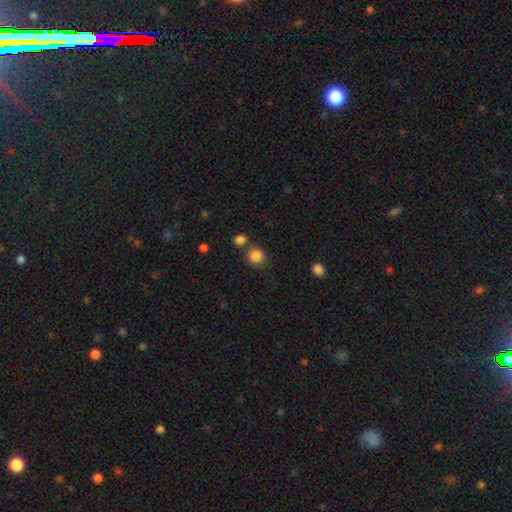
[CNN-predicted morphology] A smooth galaxy with no disk features (85%) that is round (88%).

Vote fractions:
- Smooth or featured? smooth: 85% / star or artifact: 10% / featured or disk: 4%
- How rounded? round: 88% / in between: 11% / cigar-shaped: 1%
- Merging? none: 71% / merger: 16% / minor disturbance: 10% / major disturbance: 4%